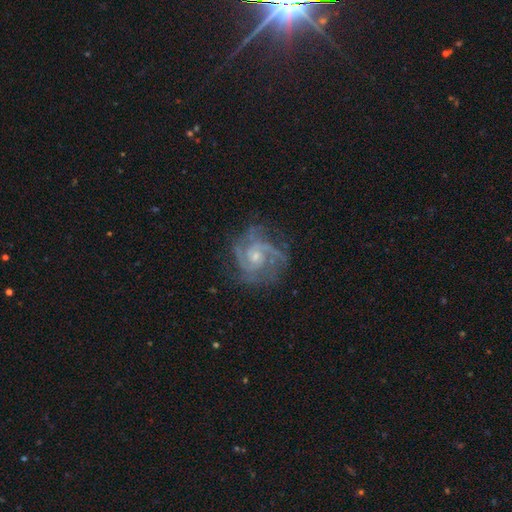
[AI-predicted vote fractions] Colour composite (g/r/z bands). It shows a featured or disk galaxy (90%) with no bar (67%), 2 (40%) tight (47%) spiral arms (98%) and a small central bulge (59%). Merging: none (71%).